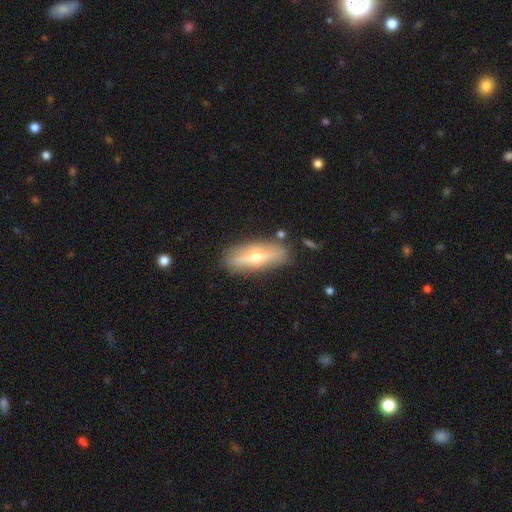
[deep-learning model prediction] smooth-or-featured: featured or disk: 58% | smooth: 36% | star or artifact: 6%
  disk-edge-on: yes: 79% | no: 21%
  merging: none: 82% | minor disturbance: 12% | major disturbance: 3% | merger: 3%